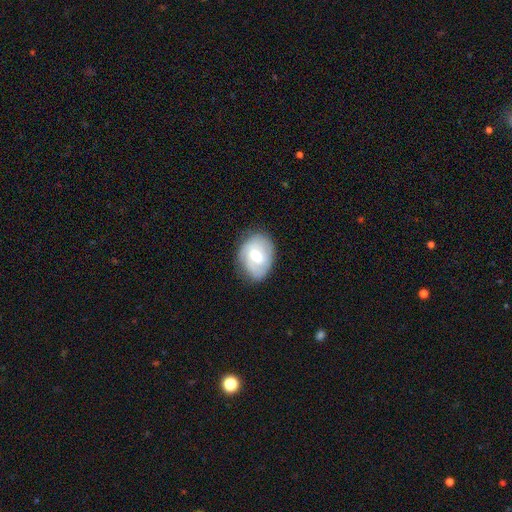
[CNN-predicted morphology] Smooth or featured? Predicted: featured or disk (p=0.57). Edge-on disk? Predicted: no (p=0.96). Bar? Predicted: weak (p=0.48). Spiral arms? Predicted: yes (p=0.80). Bulge size? Predicted: moderate (p=0.64). Merging? Predicted: none (p=0.74).